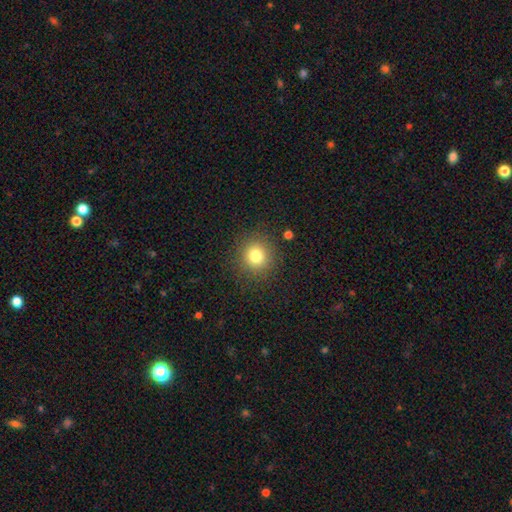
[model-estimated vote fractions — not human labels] Smooth or featured? smooth (79%)
How rounded? round (92%)
Merging? none (88%)